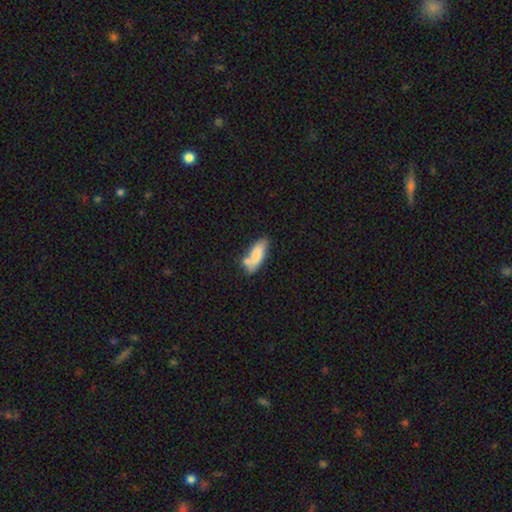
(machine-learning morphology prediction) A smooth galaxy with no disk features (73%) that is in between round and cigar-shaped (71%).

Vote fractions:
- Smooth or featured? smooth: 73% / featured or disk: 20% / star or artifact: 7%
- How rounded? in between: 71% / cigar-shaped: 26% / round: 2%
- Merging? none: 46% / merger: 26% / minor disturbance: 21% / major disturbance: 6%